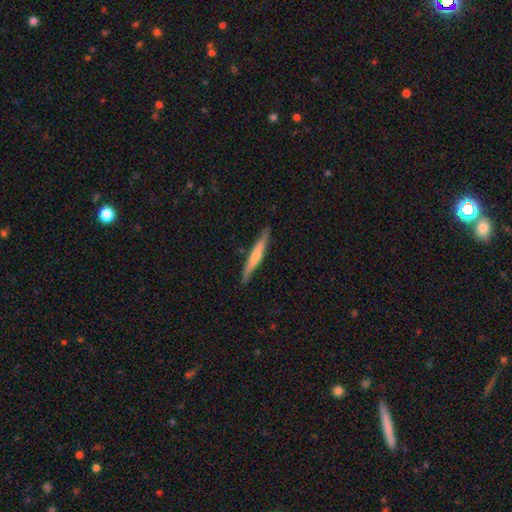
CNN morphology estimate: The model was most divided on "smooth or featured": smooth: 51%, featured or disk: 44%, star or artifact: 5%. More confident: how rounded — cigar-shaped (95%); merging — none (85%).